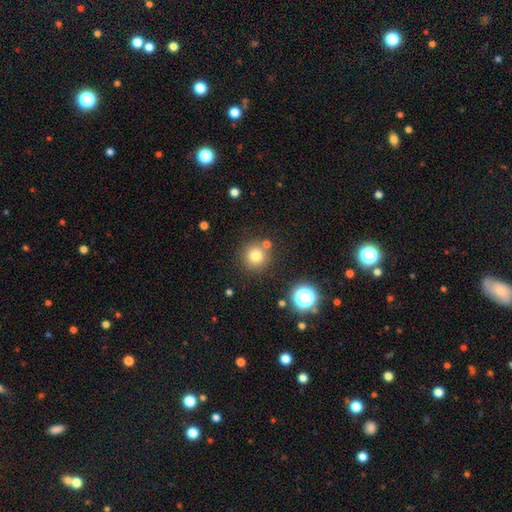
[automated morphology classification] Smooth or featured? smooth (77%)
How rounded? round (94%)
Merging? none (81%)